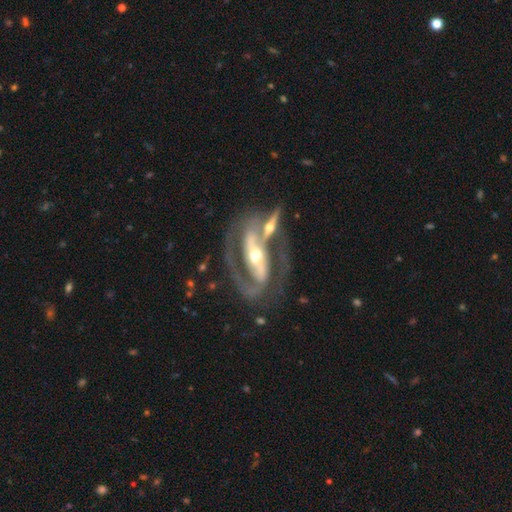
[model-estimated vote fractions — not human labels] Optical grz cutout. It shows a featured or disk galaxy (90%) with a strong bar (68%), 2 (87%) medium (48%) spiral arms (91%) and a moderate central bulge (62%). Merging: none (52%).